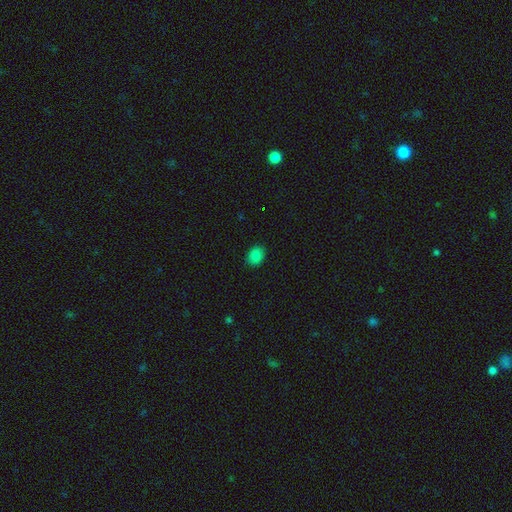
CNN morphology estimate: Smooth or featured: smooth — 85% (star or artifact — 11%)
How rounded: in between — 56% (round — 43%)
Merging: none — 89% (minor disturbance — 8%)